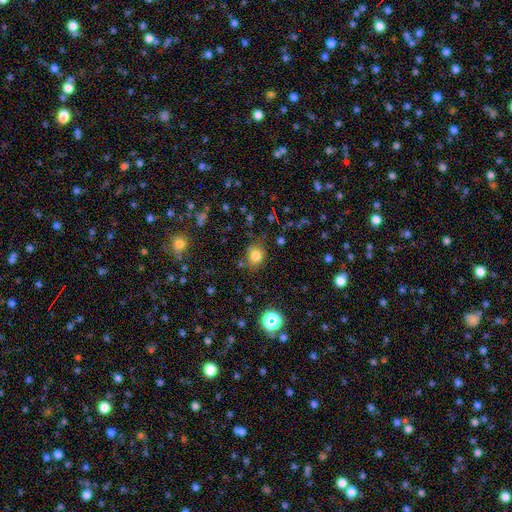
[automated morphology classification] Q: Smooth or featured?
A: smooth (79%); runner-up: star or artifact (14%)
Q: How rounded?
A: round (75%); runner-up: in between (24%)
Q: Merging?
A: none (75%); runner-up: minor disturbance (15%)